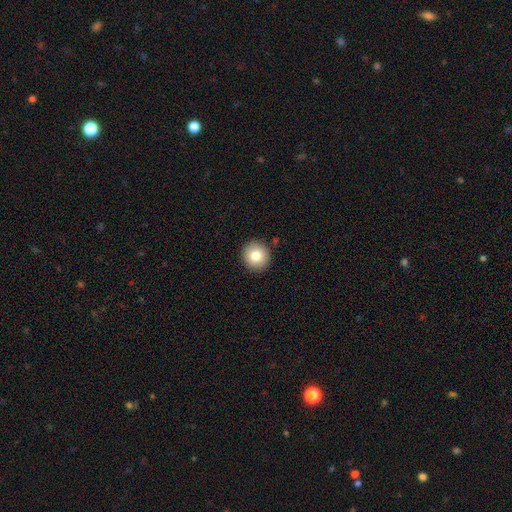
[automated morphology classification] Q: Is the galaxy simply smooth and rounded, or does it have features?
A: smooth — 81%.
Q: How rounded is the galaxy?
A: round — 93%.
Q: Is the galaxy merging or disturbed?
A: none — 91%.